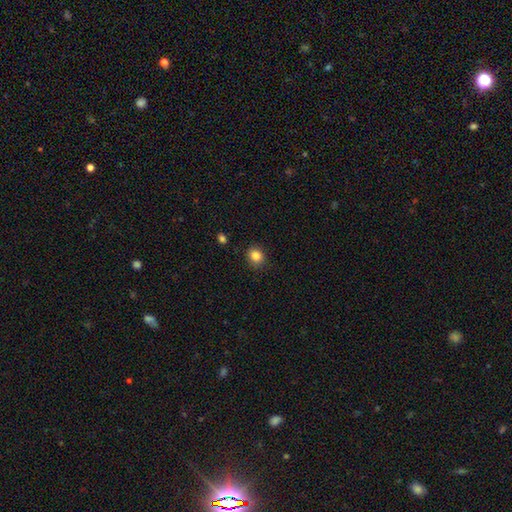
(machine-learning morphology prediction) Smooth or featured: smooth — 85% (star or artifact — 11%)
How rounded: round — 77% (in between — 22%)
Merging: none — 89% (minor disturbance — 8%)